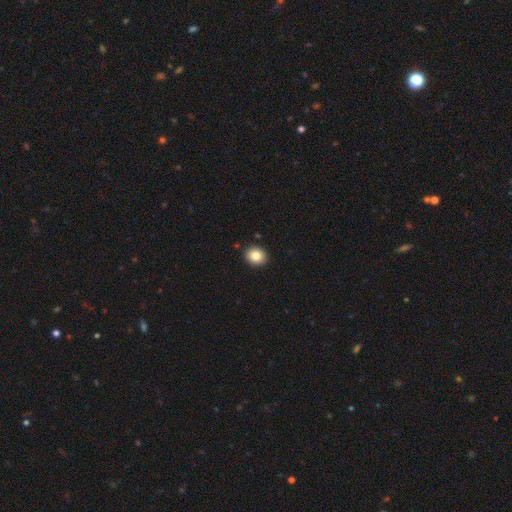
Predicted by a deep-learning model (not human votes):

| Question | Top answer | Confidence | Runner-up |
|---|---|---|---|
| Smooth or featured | smooth | 84% | star or artifact (9%) |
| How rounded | round | 69% | in between (30%) |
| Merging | none | 91% | minor disturbance (6%) |